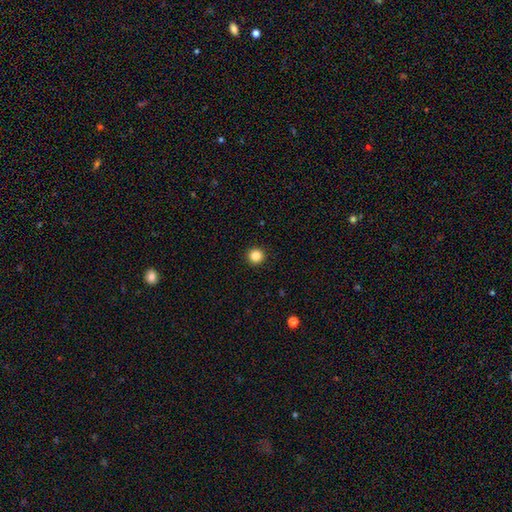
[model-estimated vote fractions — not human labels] Overall: smooth (85%). How rounded: round (96%). Merging: none (94%).